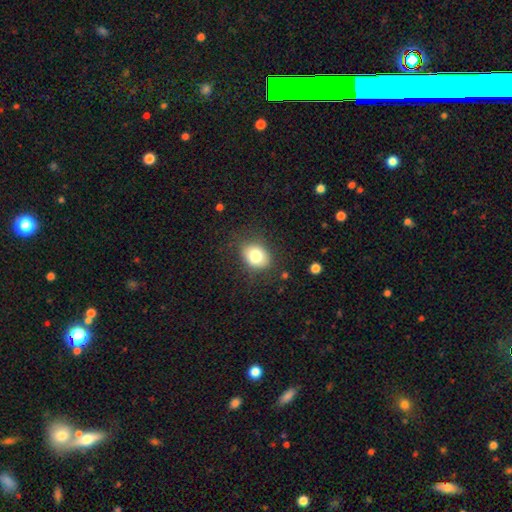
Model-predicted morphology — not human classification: Smooth or featured: smooth — 79% (featured or disk — 12%)
How rounded: in between — 57% (round — 42%)
Merging: none — 78% (minor disturbance — 15%)